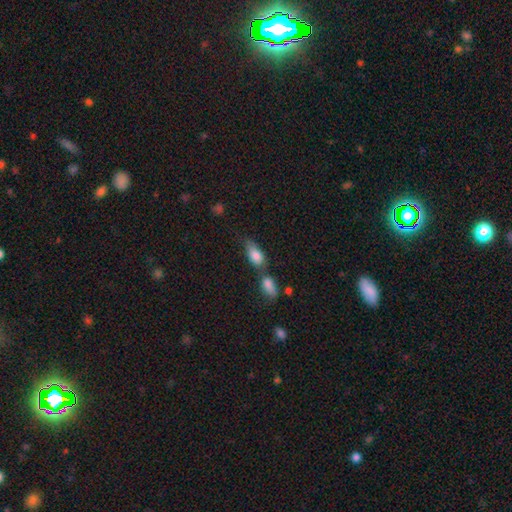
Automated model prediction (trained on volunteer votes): smooth 81%, featured or disk 11%, star or artifact 8%. Down the decision tree: how rounded — in between (85%); merging — merger (39%).